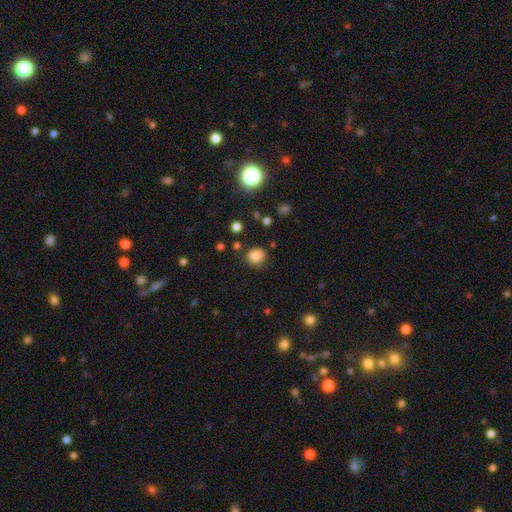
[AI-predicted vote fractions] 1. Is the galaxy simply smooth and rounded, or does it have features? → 82% smooth, 13% star or artifact, 5% featured or disk.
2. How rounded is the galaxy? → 69% round, 30% in between, 1% cigar-shaped.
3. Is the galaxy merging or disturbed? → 73% none, 18% minor disturbance, 5% major disturbance, 3% merger.